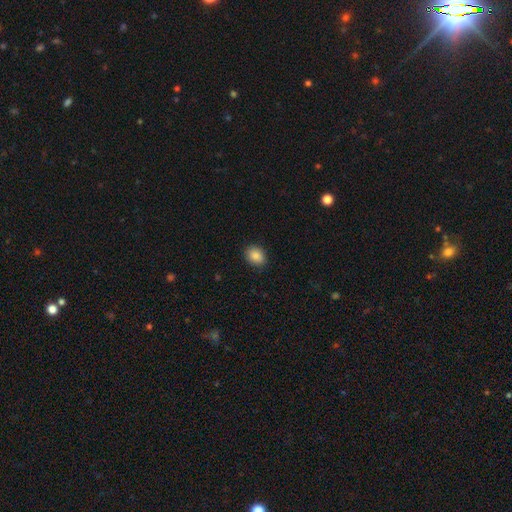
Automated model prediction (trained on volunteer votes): Morphology: type=smooth (88%); roundness=in between (65%); merging=none (88%).